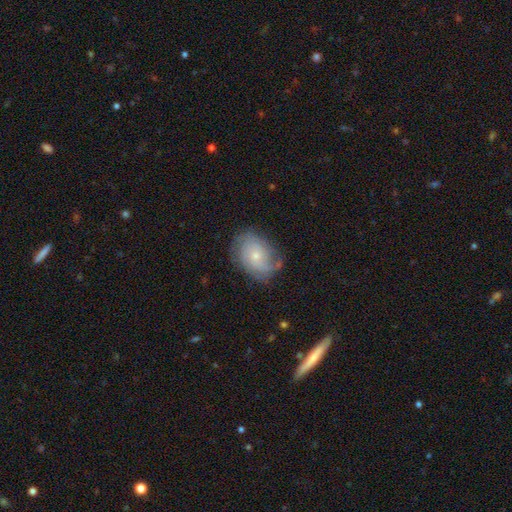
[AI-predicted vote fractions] Overall: featured or disk (61%; smooth 32%). Edge-on disk: no (96%). Bar: no (80%). Spiral arms: yes (85%). Bulge size: small (71%). Merging: none (68%).